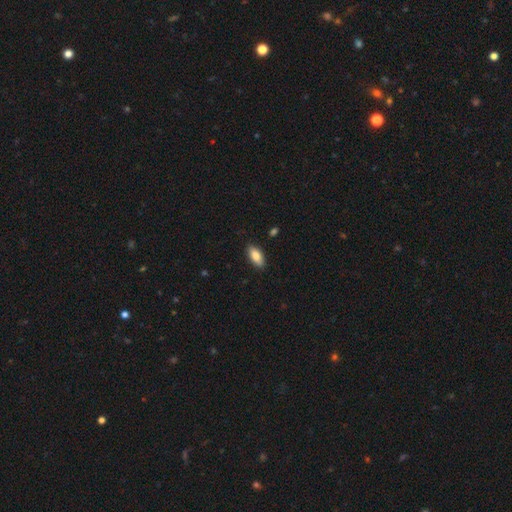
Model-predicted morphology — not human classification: Overall: smooth (84%). How rounded: in between (88%). Merging: none (88%).